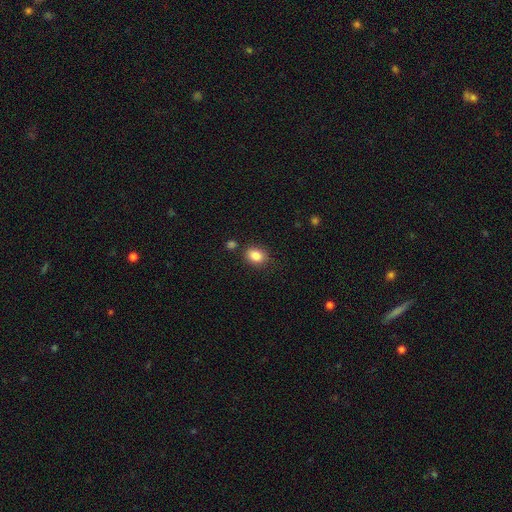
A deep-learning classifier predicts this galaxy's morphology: This appears to be a smooth galaxy with no disk features (85%) that is in between round and cigar-shaped (65%). Merging: none (79%).